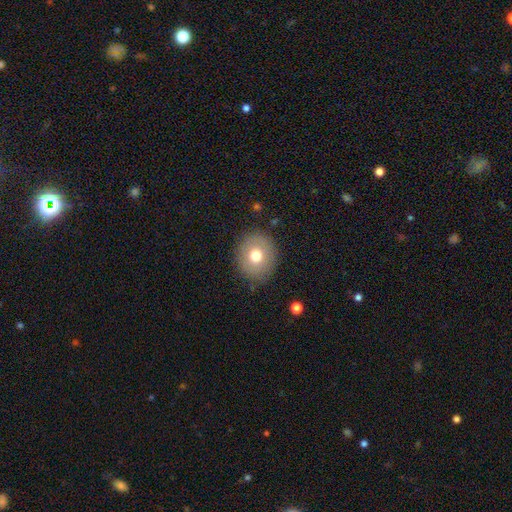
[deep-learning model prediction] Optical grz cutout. It shows a smooth galaxy with no disk features (72%) that is round (78%). Merging: none (86%).